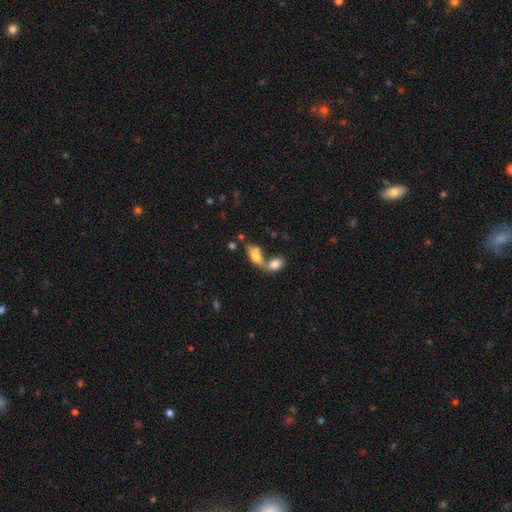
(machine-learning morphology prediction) A smooth galaxy with no disk features (74%) that is in between round and cigar-shaped (86%). Merging: merger (64%).